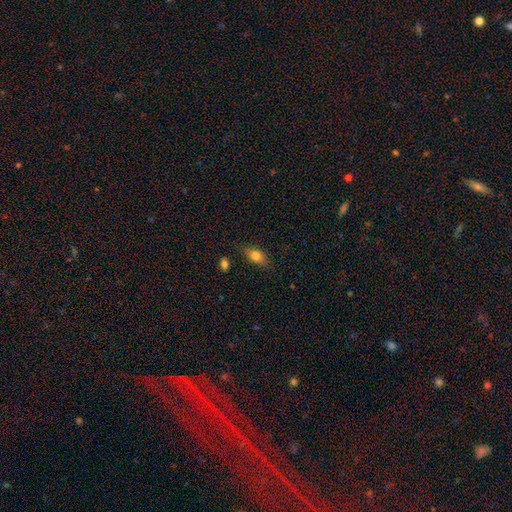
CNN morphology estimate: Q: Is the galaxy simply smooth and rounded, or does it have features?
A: smooth — 76%.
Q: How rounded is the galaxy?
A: in between — 81%.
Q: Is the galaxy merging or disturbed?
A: none — 78%.